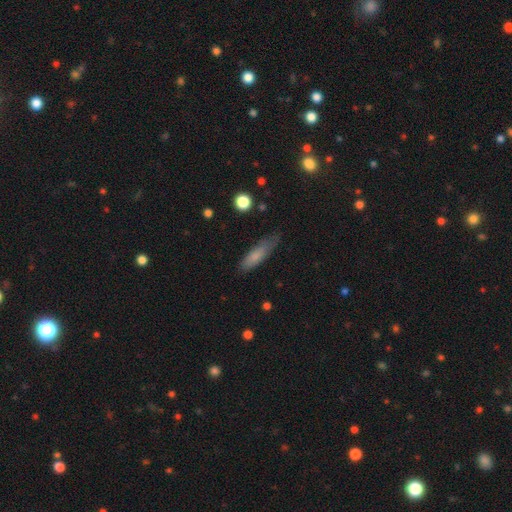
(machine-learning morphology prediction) Smooth or featured? smooth (76%)
How rounded? cigar-shaped (62%)
Merging? none (62%)